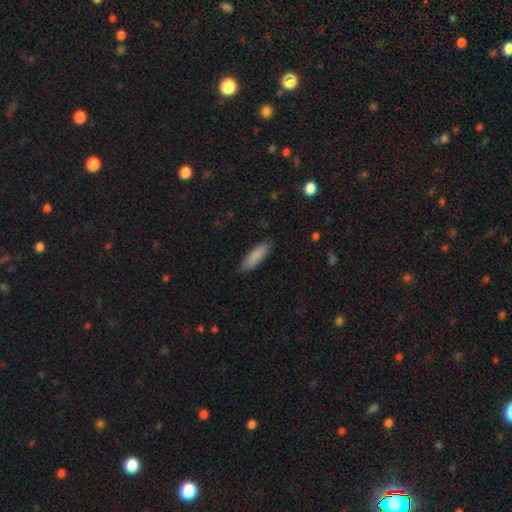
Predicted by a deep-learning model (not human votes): Smooth or featured?
  - smooth: 87% *
  - featured or disk: 7%
  - star or artifact: 6%
How rounded?
  - cigar-shaped: 54% *
  - in between: 45%
  - round: 1%
Merging?
  - none: 84% *
  - minor disturbance: 13%
  - major disturbance: 2%
  - merger: 1%